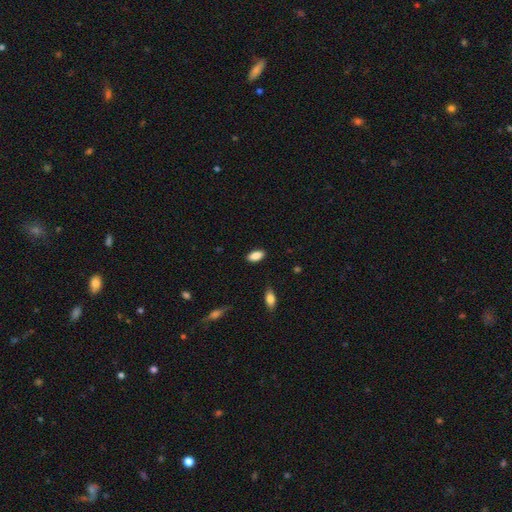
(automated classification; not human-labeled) This is clearly a smooth galaxy (88%). How rounded: clearly in between (91%). Merging: clearly none (87%).